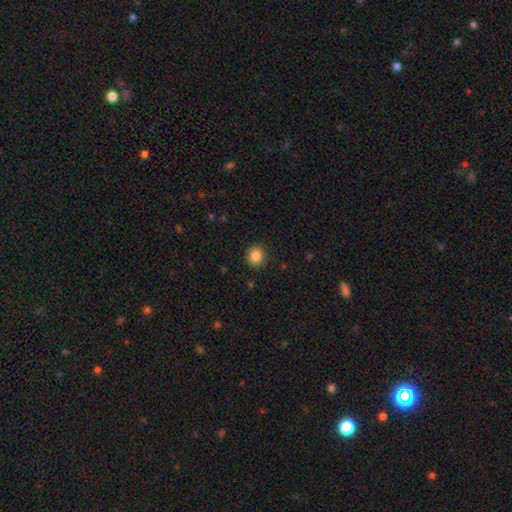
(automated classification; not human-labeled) Smooth or featured: smooth — 86% (star or artifact — 10%)
How rounded: round — 90% (in between — 9%)
Merging: none — 89% (minor disturbance — 8%)